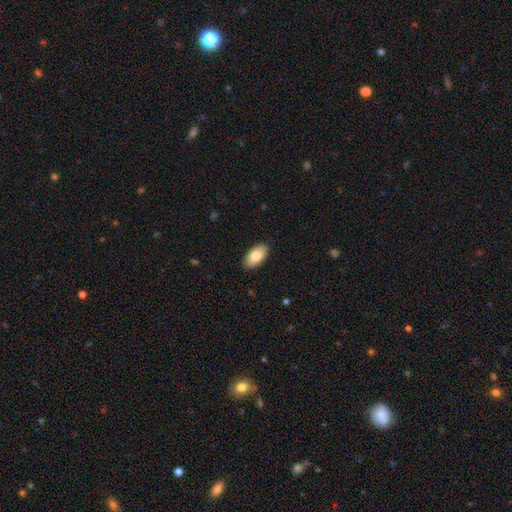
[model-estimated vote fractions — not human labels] Smooth or featured? smooth (81%)
How rounded? in between (94%)
Merging? none (89%)